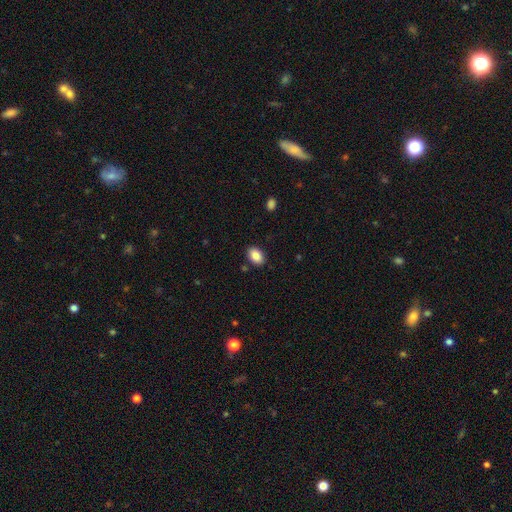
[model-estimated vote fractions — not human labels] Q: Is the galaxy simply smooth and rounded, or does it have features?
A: smooth — 87%.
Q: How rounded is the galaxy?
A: in between — 86%.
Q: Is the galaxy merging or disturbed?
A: none — 87%.